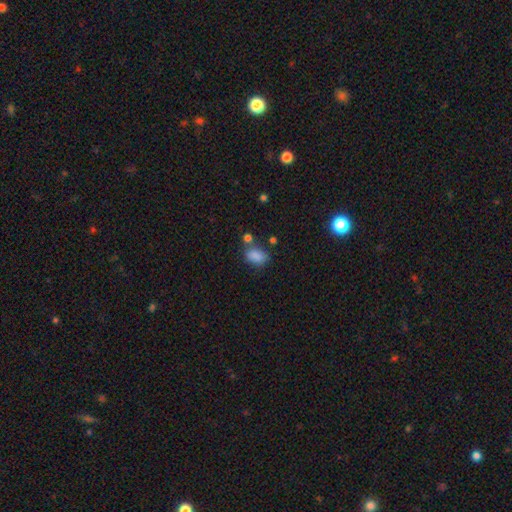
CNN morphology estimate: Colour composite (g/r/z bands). It shows a smooth galaxy with no disk features (83%) that is in between round and cigar-shaped (84%). Merging: none (57%).